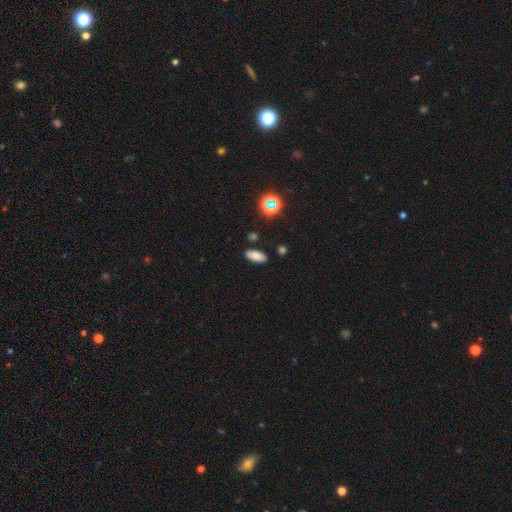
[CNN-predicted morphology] Q: Smooth or featured?
A: smooth (75%); runner-up: star or artifact (14%)
Q: How rounded?
A: in between (89%); runner-up: cigar-shaped (7%)
Q: Merging?
A: none (86%); runner-up: minor disturbance (9%)